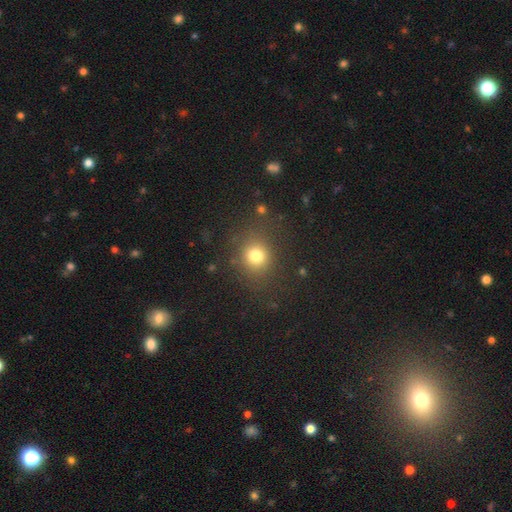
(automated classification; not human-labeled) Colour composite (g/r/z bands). It shows a smooth galaxy with no disk features (77%) that is round (78%). Merging: none (80%).